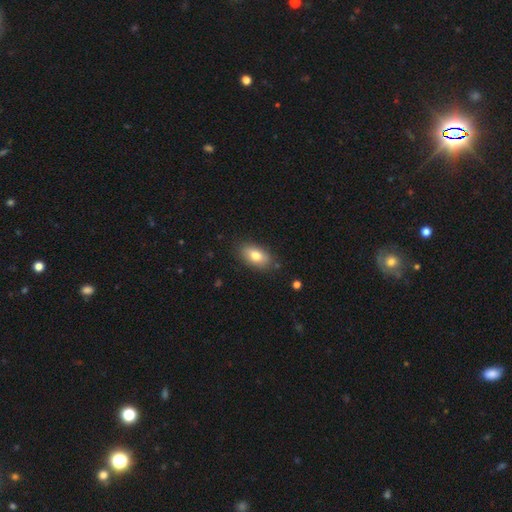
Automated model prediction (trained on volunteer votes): Morphology: type=smooth (78%); roundness=in between (90%); merging=none (83%).